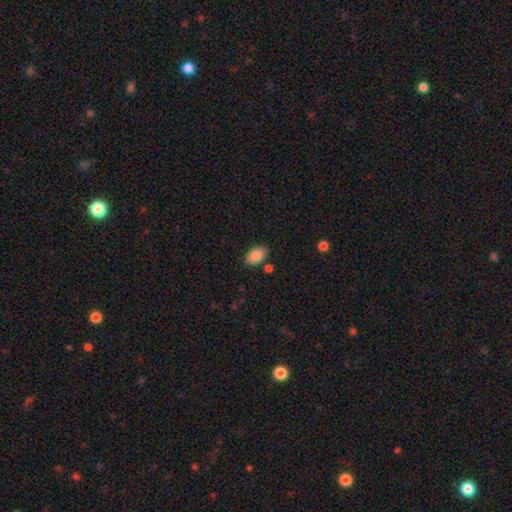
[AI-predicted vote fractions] Overall: smooth (88%). How rounded: in between (91%). Merging: none (81%).